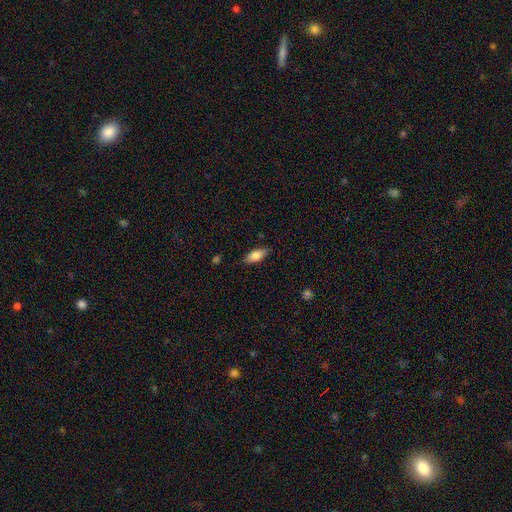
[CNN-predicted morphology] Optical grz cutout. It shows a smooth galaxy with no disk features (78%) that is in between round and cigar-shaped (80%). Merging: none (81%).